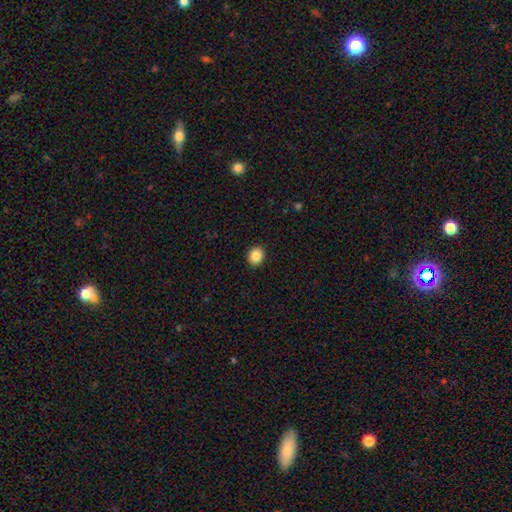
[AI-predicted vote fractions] Overall: smooth (87%). How rounded: round (65%; in between 34%). Merging: none (92%).